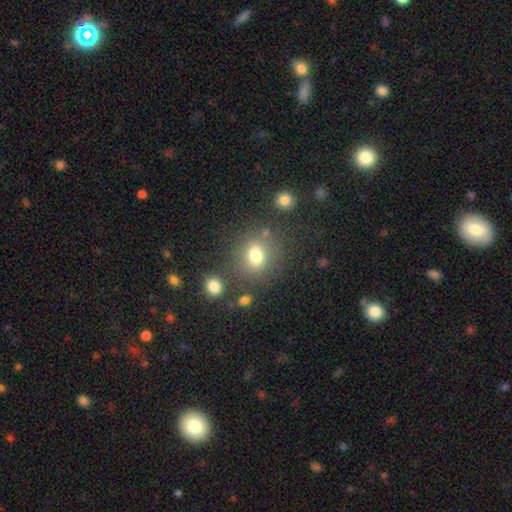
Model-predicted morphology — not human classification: Smooth or featured?
  - smooth: 77% *
  - star or artifact: 14%
  - featured or disk: 10%
How rounded?
  - round: 61% *
  - in between: 38%
  - cigar-shaped: 1%
Merging?
  - none: 71% *
  - minor disturbance: 13%
  - merger: 9%
  - major disturbance: 6%